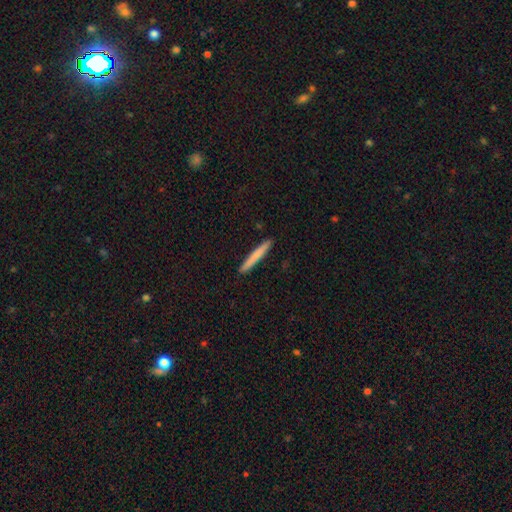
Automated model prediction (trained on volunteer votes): Morphology: type=smooth (75%); roundness=cigar-shaped (97%); merging=none (92%).